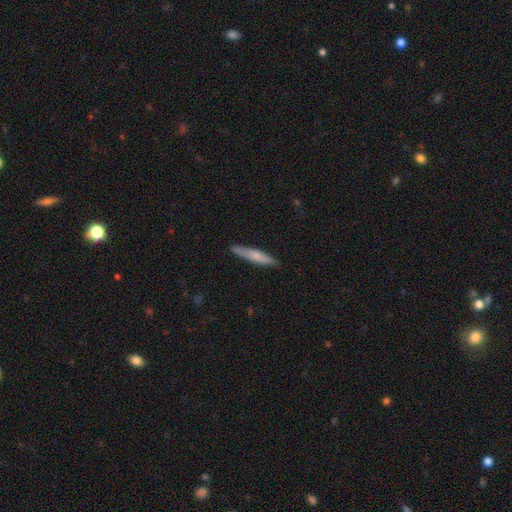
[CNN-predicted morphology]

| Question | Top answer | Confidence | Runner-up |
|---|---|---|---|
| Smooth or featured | smooth | 69% | featured or disk (26%) |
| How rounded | cigar-shaped | 93% | in between (6%) |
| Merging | none | 88% | minor disturbance (9%) |